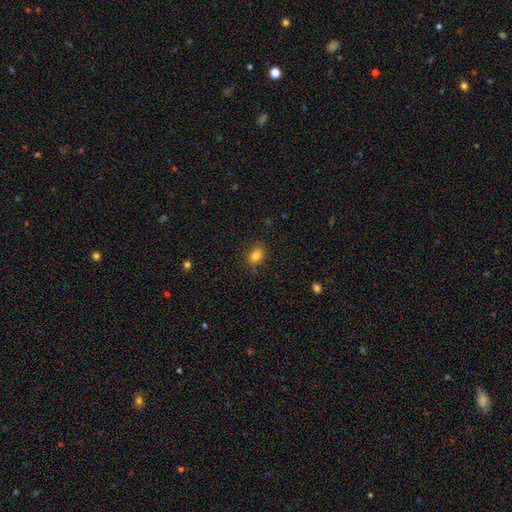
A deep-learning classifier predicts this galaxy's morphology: smooth_or_featured: smooth (p=0.84) [alt: star or artifact p=0.11]
how_rounded: in between (p=0.64) [alt: round p=0.35]
merging: none (p=0.79) [alt: minor disturbance p=0.15]